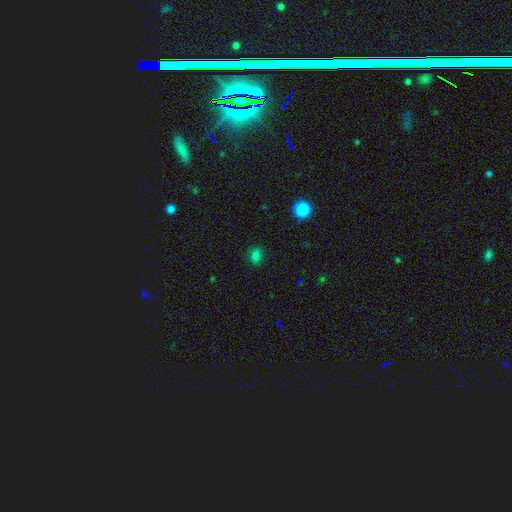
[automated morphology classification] smooth 78%, star or artifact 18%, featured or disk 4%. Down the decision tree: how rounded — round (52%); merging — none (85%).